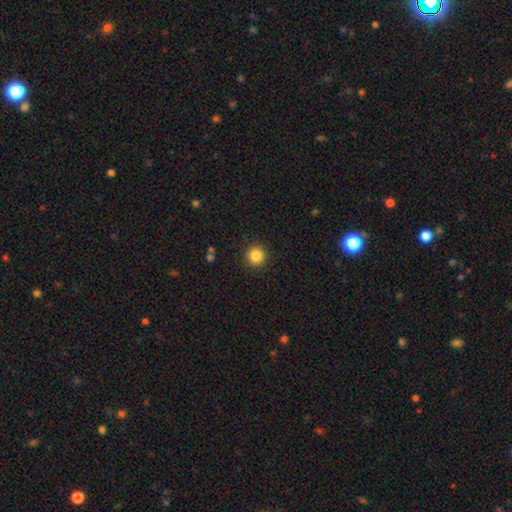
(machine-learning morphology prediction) The model was most divided on "smooth or featured": smooth: 86%, star or artifact: 10%, featured or disk: 4%. More confident: how rounded — round (95%); merging — none (91%).